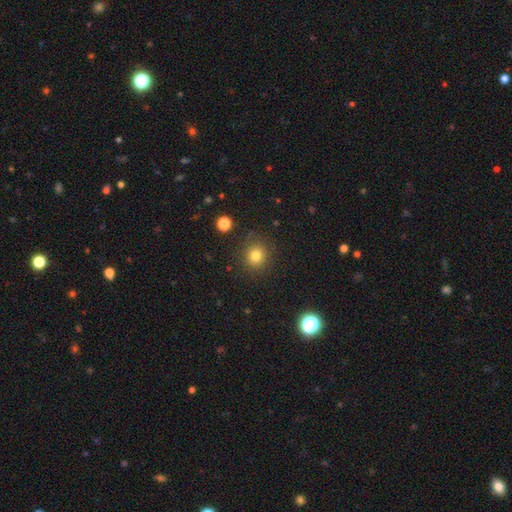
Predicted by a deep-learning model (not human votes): This is clearly a smooth galaxy (80%). How rounded: clearly round (88%). Merging: clearly none (86%).